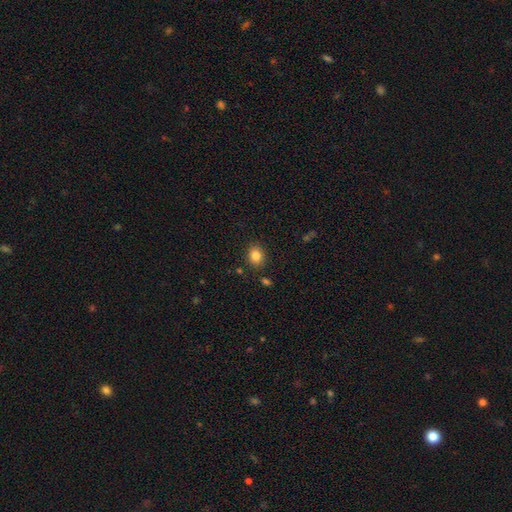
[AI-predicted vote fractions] Smooth or featured? Predicted: smooth (p=0.83). How rounded? Predicted: round (p=0.63). Merging? Predicted: none (p=0.87).